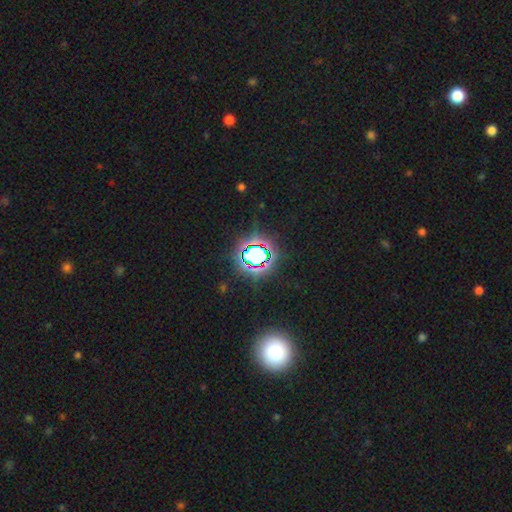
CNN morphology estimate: star or artifact 73%, smooth 17%, featured or disk 10%.